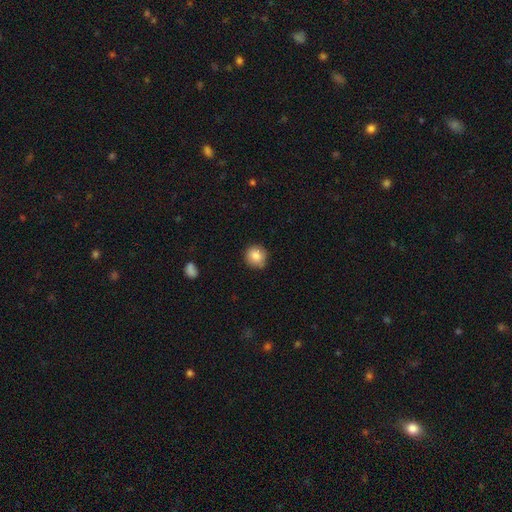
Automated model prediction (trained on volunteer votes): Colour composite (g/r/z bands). It shows a smooth galaxy with no disk features (84%) that is round (91%). Merging: none (82%).